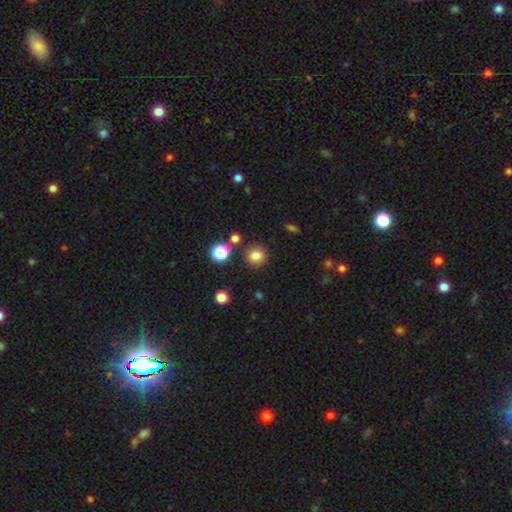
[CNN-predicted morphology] Q: Smooth or featured?
A: smooth (80%); runner-up: star or artifact (14%)
Q: How rounded?
A: round (89%); runner-up: in between (10%)
Q: Merging?
A: none (85%); runner-up: minor disturbance (8%)